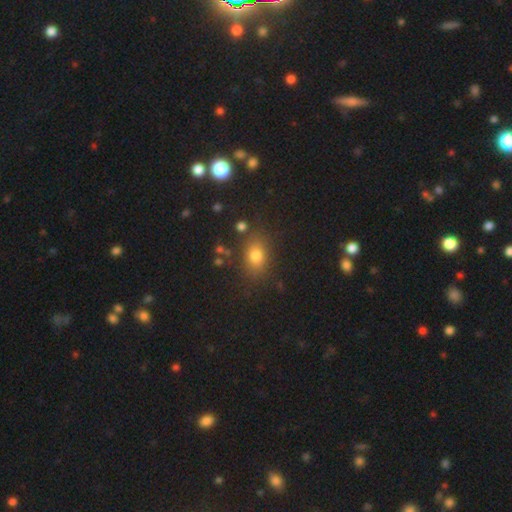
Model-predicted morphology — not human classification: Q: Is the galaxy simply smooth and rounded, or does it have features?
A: smooth — 76%.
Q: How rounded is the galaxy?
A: in between — 68%.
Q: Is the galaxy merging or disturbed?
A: none — 81%.